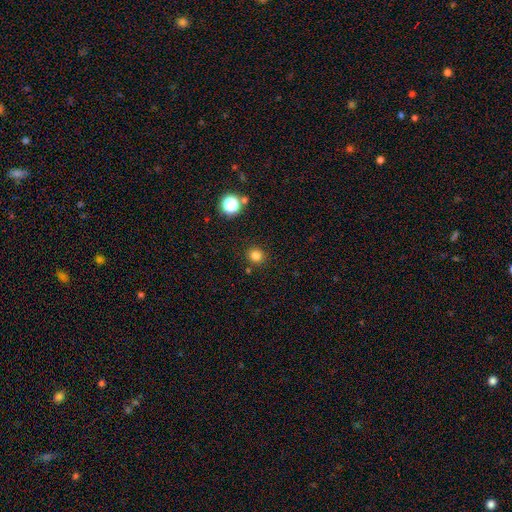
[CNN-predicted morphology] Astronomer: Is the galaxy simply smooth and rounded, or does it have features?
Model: smooth — 80%.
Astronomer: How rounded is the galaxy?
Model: round — 89%.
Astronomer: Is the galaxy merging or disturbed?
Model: none — 88%.